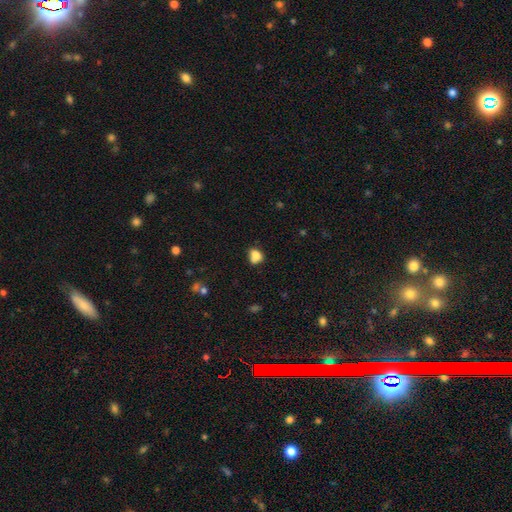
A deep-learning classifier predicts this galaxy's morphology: Smooth or featured?
  - smooth: 78% *
  - star or artifact: 11%
  - featured or disk: 11%
How rounded?
  - round: 51% *
  - in between: 48%
  - cigar-shaped: 1%
Merging?
  - none: 42% *
  - merger: 27%
  - minor disturbance: 22%
  - major disturbance: 8%